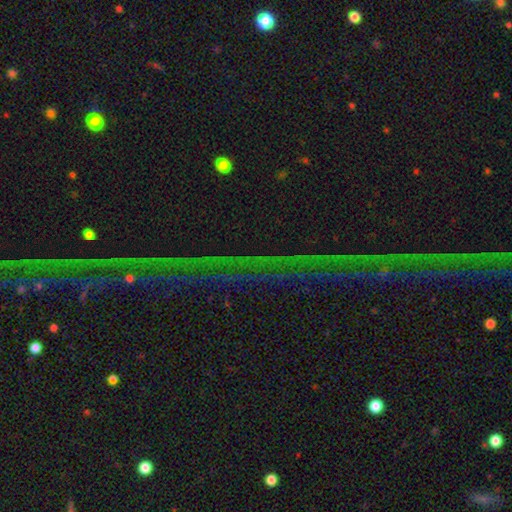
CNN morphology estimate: A star or artifact, not a galaxy (80%).